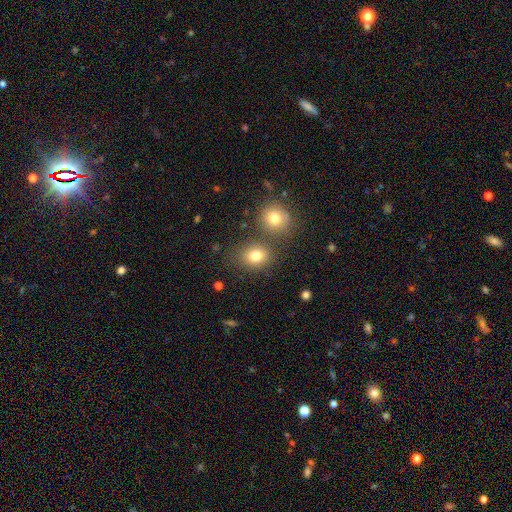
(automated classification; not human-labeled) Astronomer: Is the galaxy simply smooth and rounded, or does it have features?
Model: smooth — 78%.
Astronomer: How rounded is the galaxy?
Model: round — 61% (runner-up: in between, 38%).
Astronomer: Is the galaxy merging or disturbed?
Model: none — 70%.